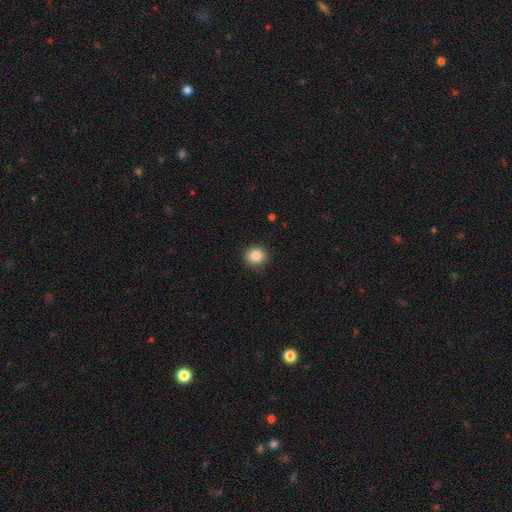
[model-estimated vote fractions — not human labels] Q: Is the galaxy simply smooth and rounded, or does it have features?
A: smooth — 86%.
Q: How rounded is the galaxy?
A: round — 87%.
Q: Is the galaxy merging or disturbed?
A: none — 89%.